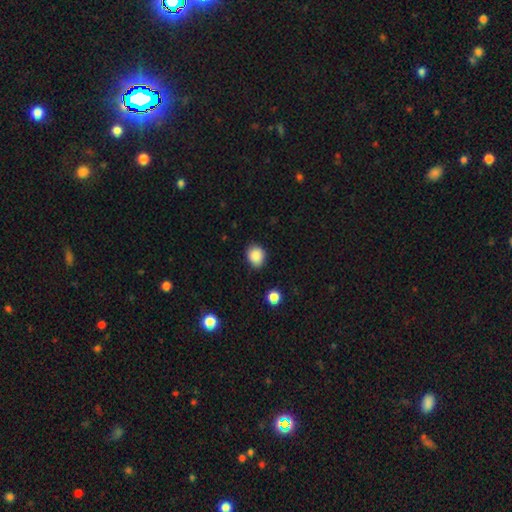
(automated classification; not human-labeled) Morphology: type=smooth (88%); roundness=round (61%); merging=none (79%).